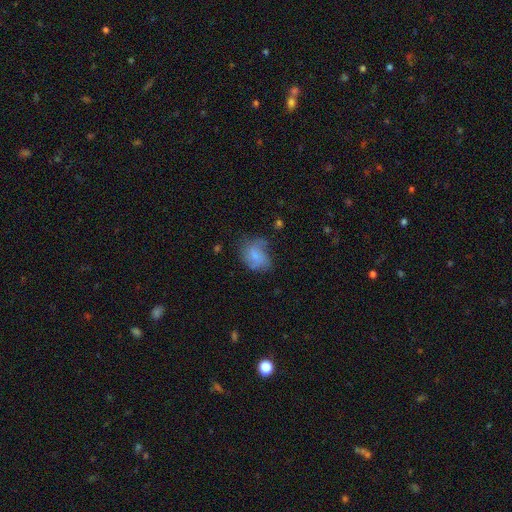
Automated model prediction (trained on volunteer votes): Smooth or featured: smooth — 59% (featured or disk — 31%)
How rounded: in between — 64% (round — 35%)
Merging: none — 41% (minor disturbance — 32%)